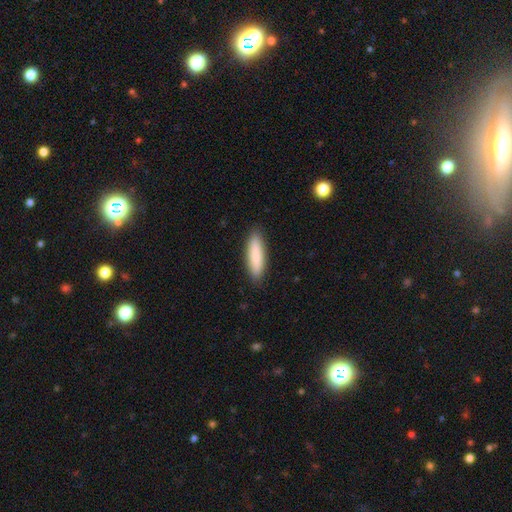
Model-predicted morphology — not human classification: This is clearly a smooth galaxy (87%). How rounded: likely cigar-shaped (65%). Merging: clearly none (89%).